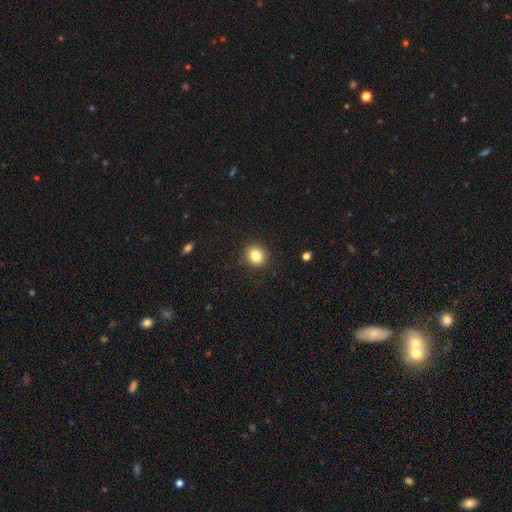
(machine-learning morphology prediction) The model was most divided on "how rounded": round: 78%, in between: 21%, cigar-shaped: 1%. More confident: merging — none (89%); smooth or featured — smooth (83%).